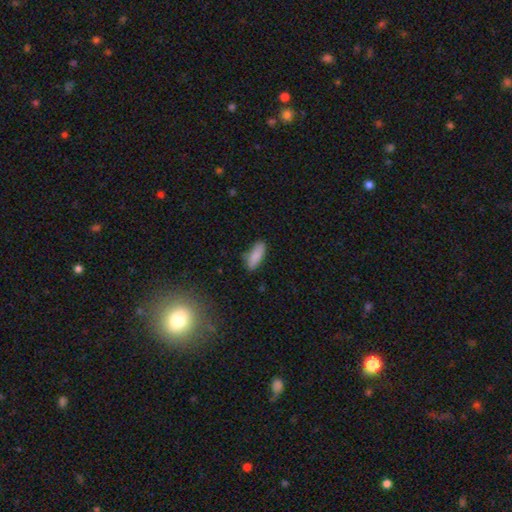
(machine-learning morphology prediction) Smooth or featured? Predicted: smooth (p=0.86). How rounded? Predicted: in between (p=0.69). Merging? Predicted: none (p=0.78).